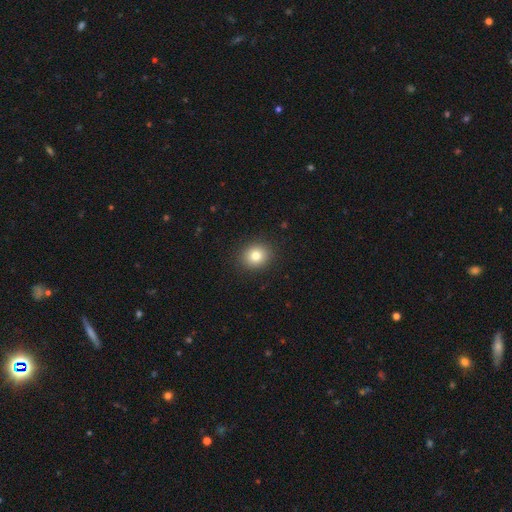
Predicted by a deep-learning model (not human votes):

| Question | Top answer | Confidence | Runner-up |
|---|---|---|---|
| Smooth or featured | smooth | 81% | star or artifact (11%) |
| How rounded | round | 75% | in between (24%) |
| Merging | none | 91% | minor disturbance (6%) |